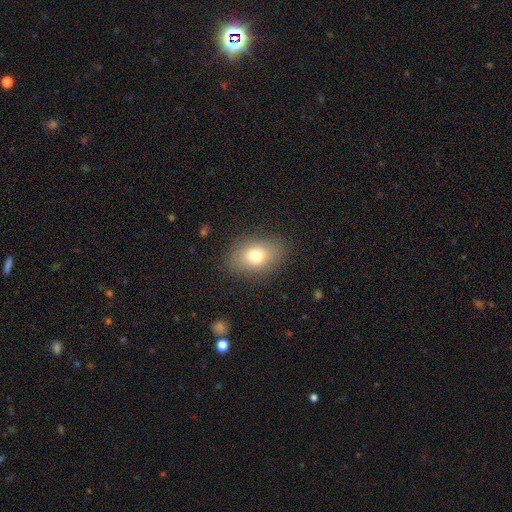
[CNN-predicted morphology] smooth-or-featured: smooth: 75% | featured or disk: 14% | star or artifact: 11%
  how-rounded: in between: 75% | round: 24% | cigar-shaped: 1%
  merging: none: 85% | minor disturbance: 10% | major disturbance: 4% | merger: 1%